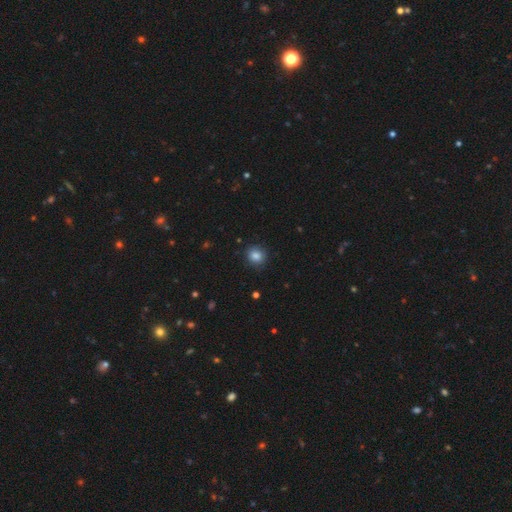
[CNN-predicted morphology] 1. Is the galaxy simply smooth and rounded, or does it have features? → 84% smooth, 11% star or artifact, 5% featured or disk.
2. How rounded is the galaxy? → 81% round, 18% in between, 1% cigar-shaped.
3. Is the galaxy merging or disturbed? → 88% none, 9% minor disturbance, 2% major disturbance, 1% merger.